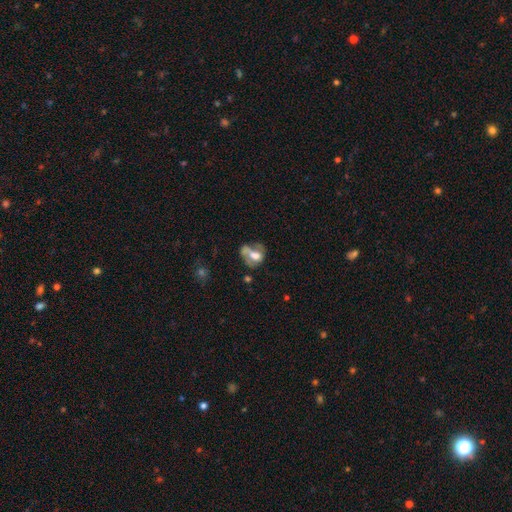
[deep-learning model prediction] The model was most divided on "smooth or featured": smooth: 45%, featured or disk: 44%, star or artifact: 11%. Remaining: merging — merger (28%).